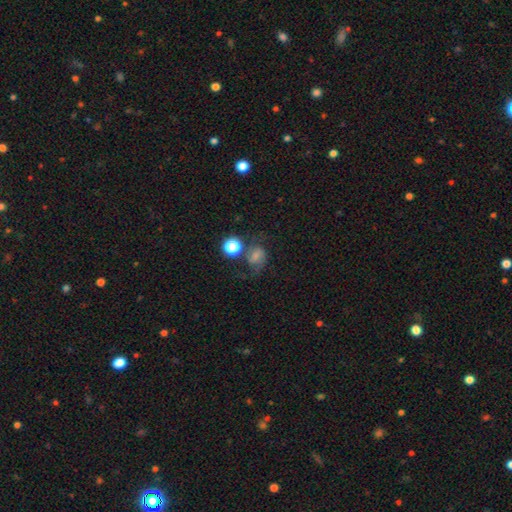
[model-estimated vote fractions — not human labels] The model was most divided on "smooth or featured": smooth: 46%, featured or disk: 37%, star or artifact: 18%. Remaining: merging — none (46%).